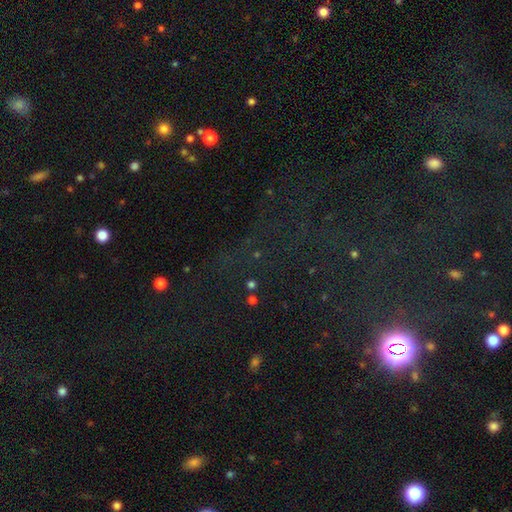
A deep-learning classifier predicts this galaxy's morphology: Smooth or featured?
  - star or artifact: 75% *
  - smooth: 16%
  - featured or disk: 9%